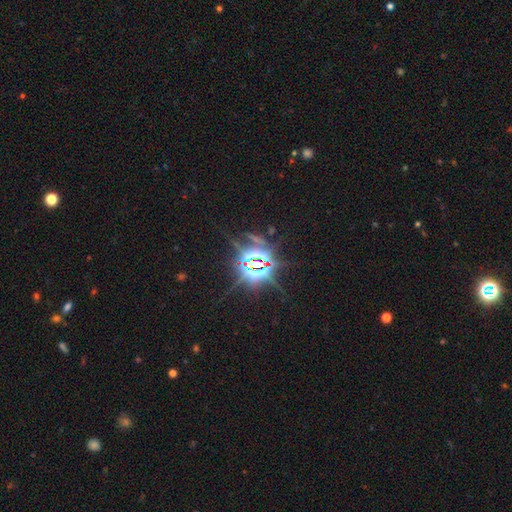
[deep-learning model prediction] A star or artifact, not a galaxy (86%).